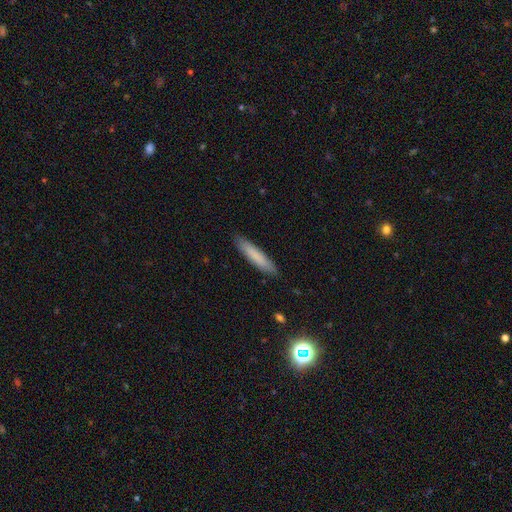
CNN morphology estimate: smooth 80%, featured or disk 13%, star or artifact 6%. Down the decision tree: how rounded — cigar-shaped (86%); merging — none (88%).